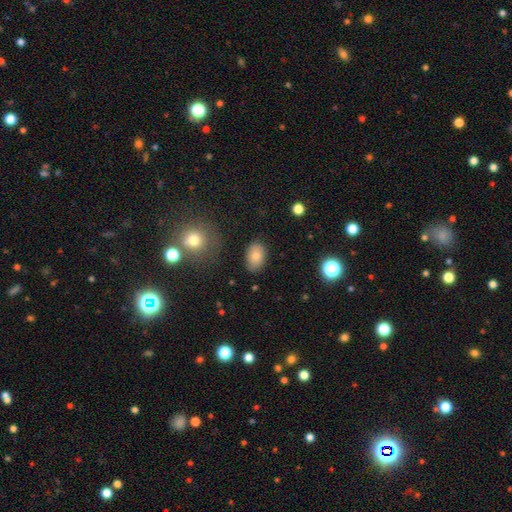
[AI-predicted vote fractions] Morphology: type=smooth (80%); roundness=in between (87%); merging=none (81%).